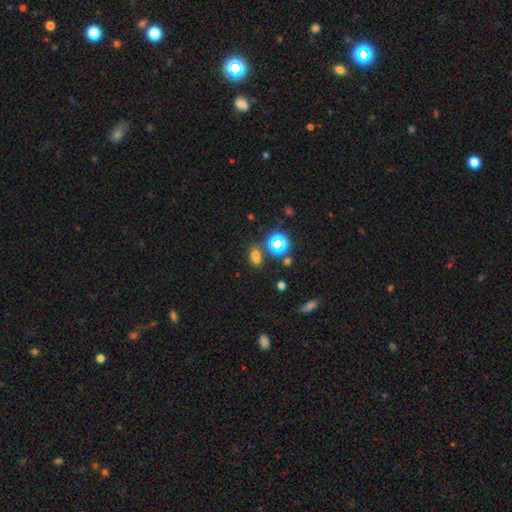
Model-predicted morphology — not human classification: type=smooth (56%); roundness=in between (62%); merging=none (64%).